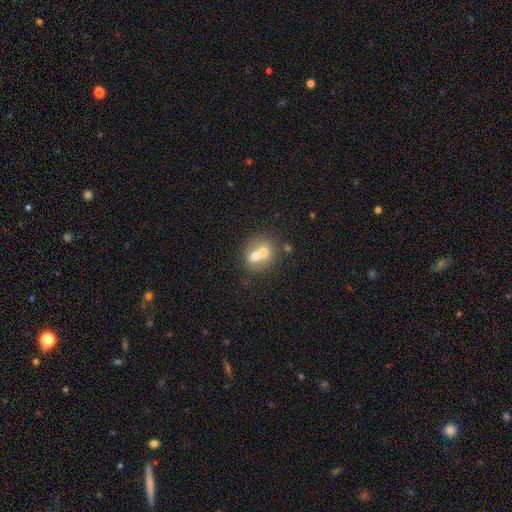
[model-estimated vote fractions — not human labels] The model was most divided on "how rounded": round: 65%, in between: 34%, cigar-shaped: 1%. More confident: merging — merger (66%); smooth or featured — smooth (62%).